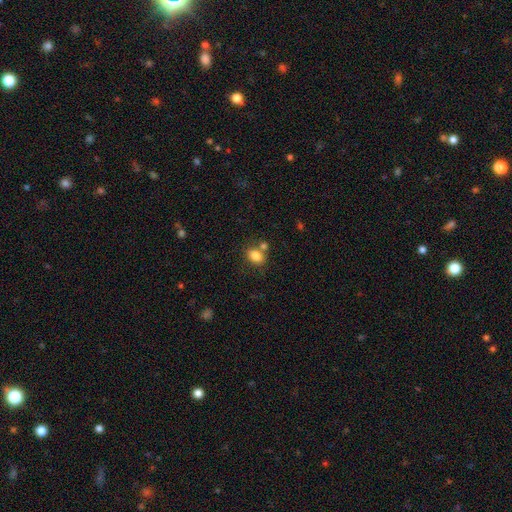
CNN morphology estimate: A smooth galaxy with no disk features (83%) that is in between round and cigar-shaped (72%).

Vote fractions:
- Smooth or featured? smooth: 83% / star or artifact: 10% / featured or disk: 7%
- How rounded? in between: 72% / round: 26% / cigar-shaped: 1%
- Merging? none: 61% / merger: 22% / minor disturbance: 13% / major disturbance: 4%